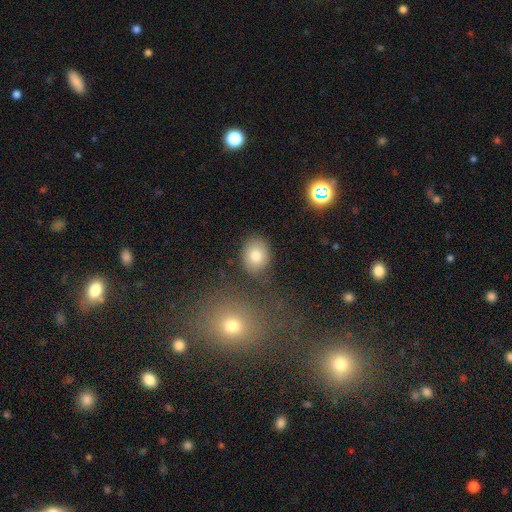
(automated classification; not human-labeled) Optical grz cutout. It shows a smooth galaxy with no disk features (80%) that is in between round and cigar-shaped (53%). Merging: none (83%).